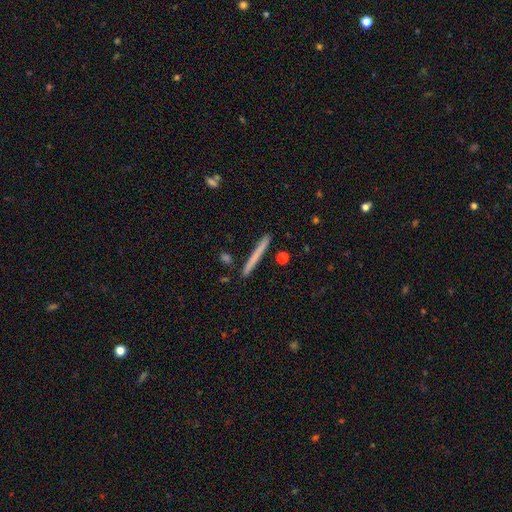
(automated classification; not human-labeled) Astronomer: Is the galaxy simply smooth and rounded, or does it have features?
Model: smooth — 62%.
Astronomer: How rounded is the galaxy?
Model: cigar-shaped — 97%.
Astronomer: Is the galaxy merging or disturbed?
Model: none — 90%.